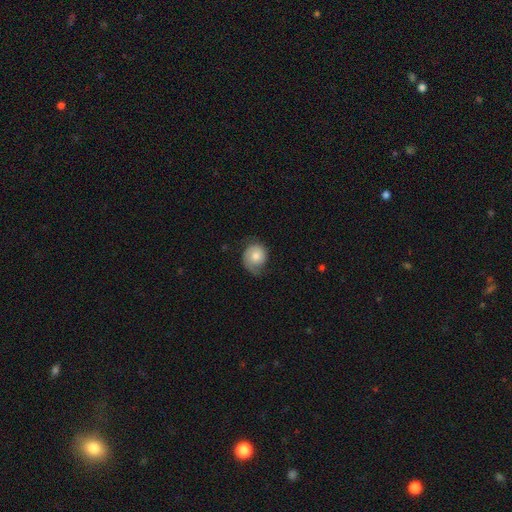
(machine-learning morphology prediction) The model was most divided on "smooth or featured": smooth: 55%, featured or disk: 38%, star or artifact: 7%. More confident: how rounded — round (72%); merging — none (52%).